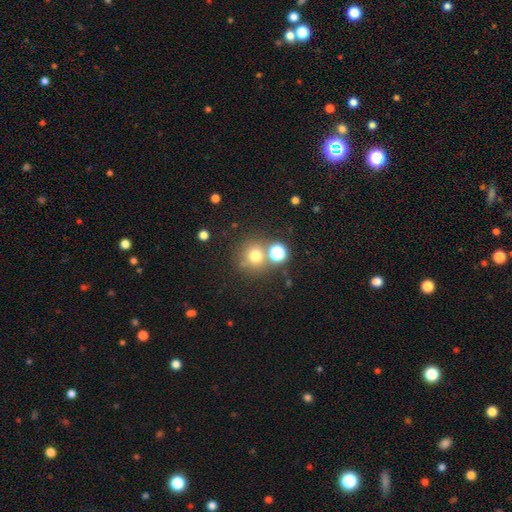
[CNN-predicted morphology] Q: Smooth or featured?
A: smooth (70%); runner-up: star or artifact (20%)
Q: How rounded?
A: round (90%); runner-up: in between (9%)
Q: Merging?
A: none (67%); runner-up: merger (19%)